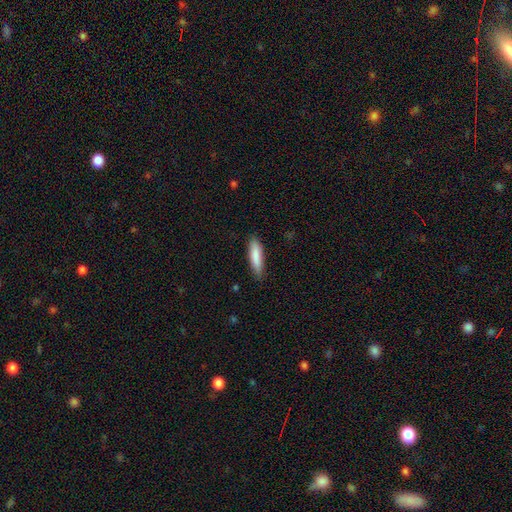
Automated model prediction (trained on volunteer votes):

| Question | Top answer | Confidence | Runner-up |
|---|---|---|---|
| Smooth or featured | smooth | 84% | featured or disk (10%) |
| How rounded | cigar-shaped | 73% | in between (26%) |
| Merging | none | 81% | minor disturbance (15%) |